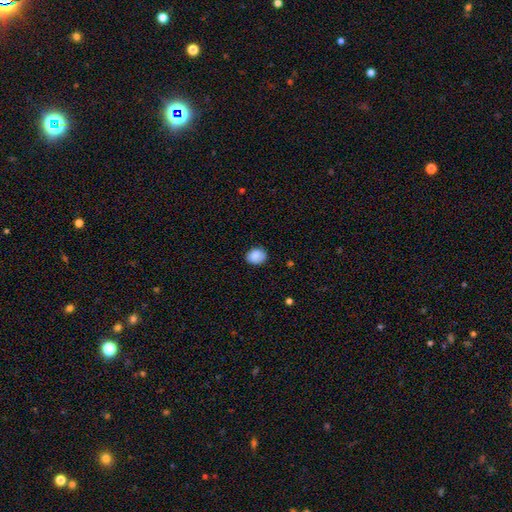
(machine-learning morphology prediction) The model was most divided on "how rounded": round: 59%, in between: 40%, cigar-shaped: 1%. More confident: smooth or featured — smooth (86%); merging — none (82%).